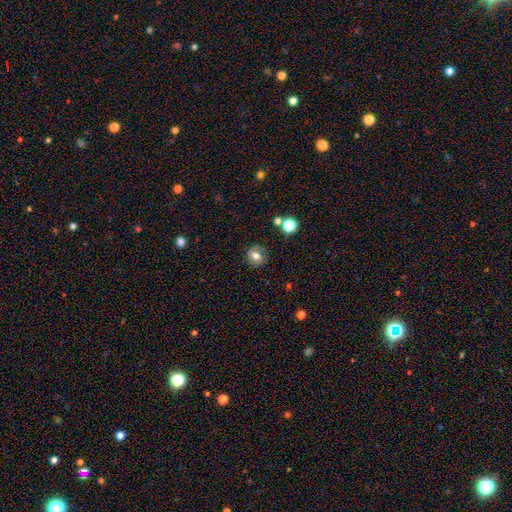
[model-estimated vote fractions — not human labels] A smooth galaxy with no disk features (65%) that is round (80%).

Vote fractions:
- Smooth or featured? smooth: 65% / featured or disk: 23% / star or artifact: 12%
- How rounded? round: 80% / in between: 19% / cigar-shaped: 1%
- Merging? none: 82% / minor disturbance: 12% / major disturbance: 4% / merger: 2%